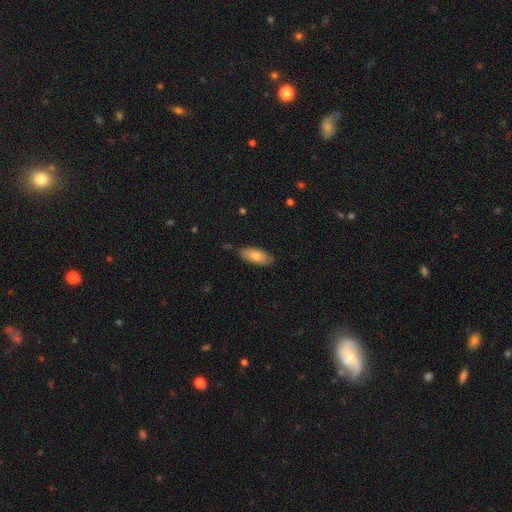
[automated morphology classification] The model was most divided on "smooth or featured": smooth: 77%, featured or disk: 17%, star or artifact: 6%. More confident: merging — none (84%); how rounded — in between (82%).